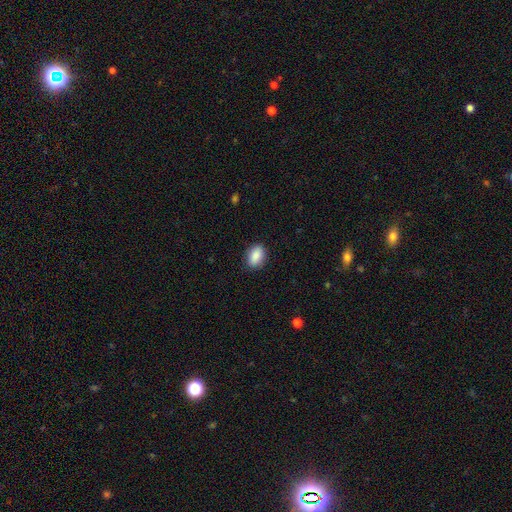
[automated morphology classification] This appears to be a smooth galaxy with no disk features (89%) that is in between round and cigar-shaped (88%). Merging: none (88%).